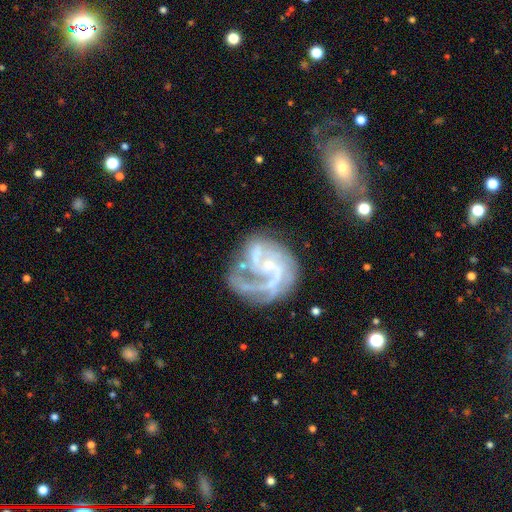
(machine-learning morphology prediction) A featured or disk galaxy (87%) with no bar (56%), 2 (34%) medium (48%) spiral arms (94%) and a small central bulge (73%). Merging: none (50%).